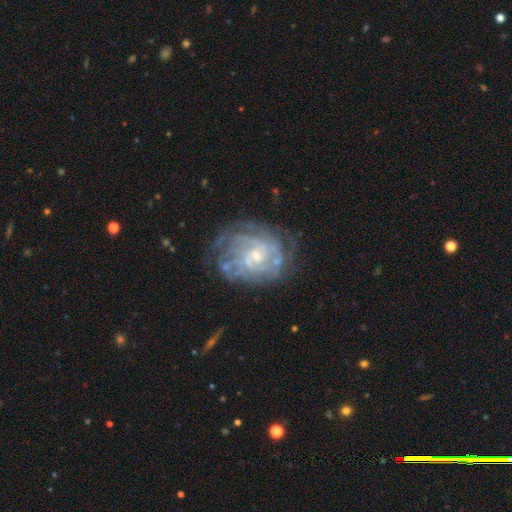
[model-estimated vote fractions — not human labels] Smooth or featured? Predicted: featured or disk (p=0.84). Edge-on disk? Predicted: no (p=0.97). Bar? Predicted: no (p=0.66). Spiral arms? Predicted: yes (p=0.88). Spiral winding? Predicted: tight (p=0.68). Spiral arm count? Predicted: can't tell (p=0.48). Bulge size? Predicted: small (p=0.64). Merging? Predicted: none (p=0.64).